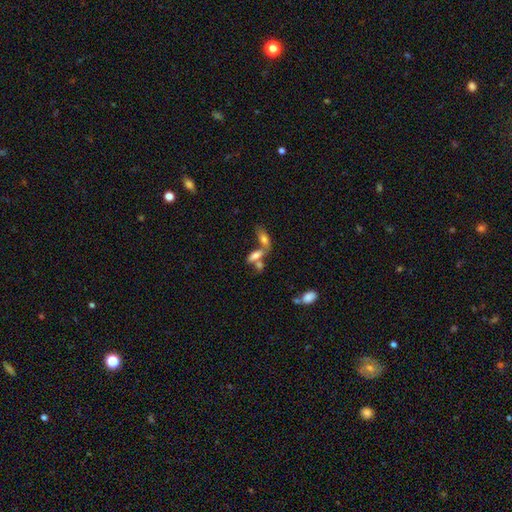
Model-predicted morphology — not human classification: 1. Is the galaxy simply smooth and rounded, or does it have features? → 68% smooth, 20% featured or disk, 12% star or artifact.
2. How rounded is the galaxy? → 74% in between, 21% cigar-shaped, 5% round.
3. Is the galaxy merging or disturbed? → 52% merger, 32% none, 10% minor disturbance, 7% major disturbance.